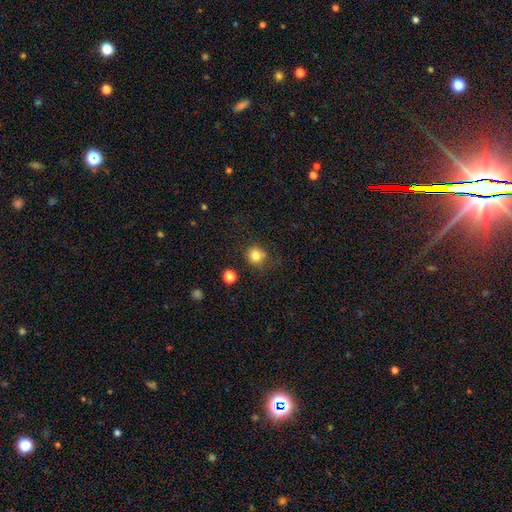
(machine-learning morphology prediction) This is clearly a smooth galaxy (81%). How rounded: clearly round (88%). Merging: likely none (76%).